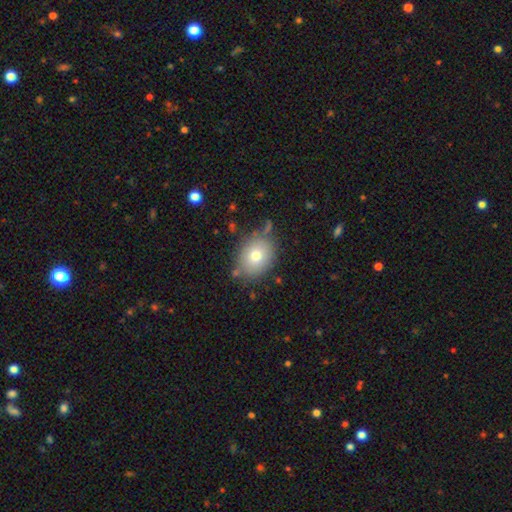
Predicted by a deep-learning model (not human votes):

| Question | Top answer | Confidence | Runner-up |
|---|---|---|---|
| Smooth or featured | smooth | 75% | featured or disk (15%) |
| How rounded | in between | 54% | round (45%) |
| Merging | none | 76% | minor disturbance (15%) |